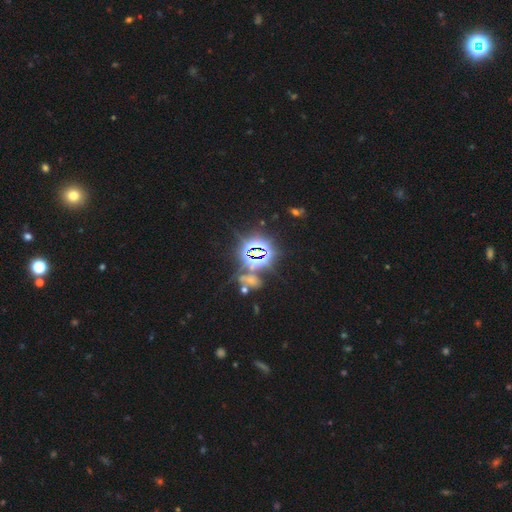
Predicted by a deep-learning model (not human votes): Smooth or featured? Predicted: star or artifact (p=0.82).